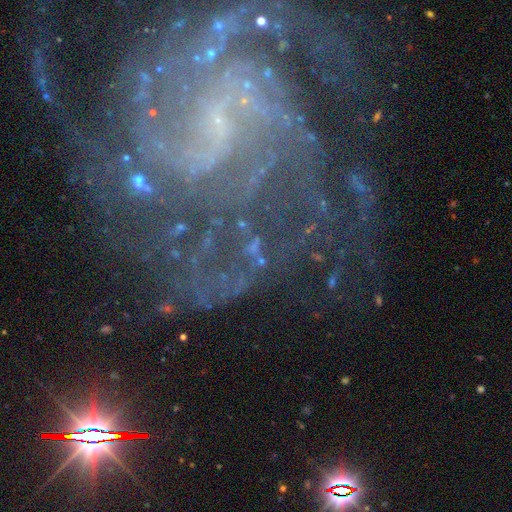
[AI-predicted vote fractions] Overall: featured or disk (55%; star or artifact 32%). Edge-on disk: no (93%). Bar: no (53%; weak 26%). Spiral arms: yes (78%). Bulge size: small (54%; none 20%). Merging: none (62%).